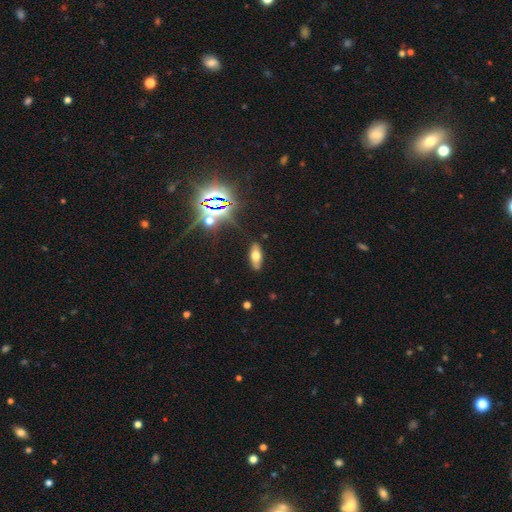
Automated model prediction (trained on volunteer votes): Smooth or featured? smooth (59%)
How rounded? in between (78%)
Merging? none (84%)